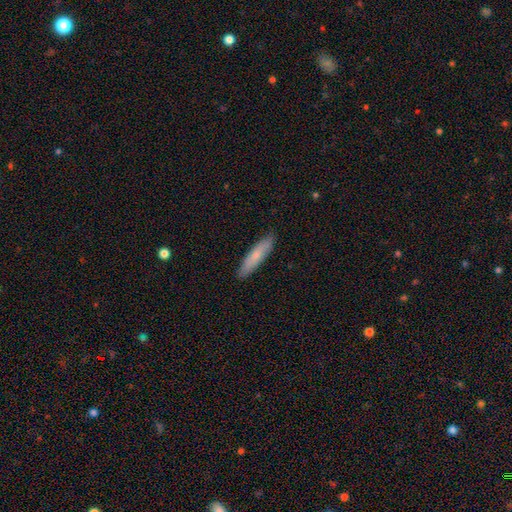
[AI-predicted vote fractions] smooth-or-featured: smooth: 74% | featured or disk: 20% | star or artifact: 6%
  how-rounded: cigar-shaped: 82% | in between: 17% | round: 1%
  merging: none: 89% | minor disturbance: 8% | major disturbance: 2% | merger: 1%